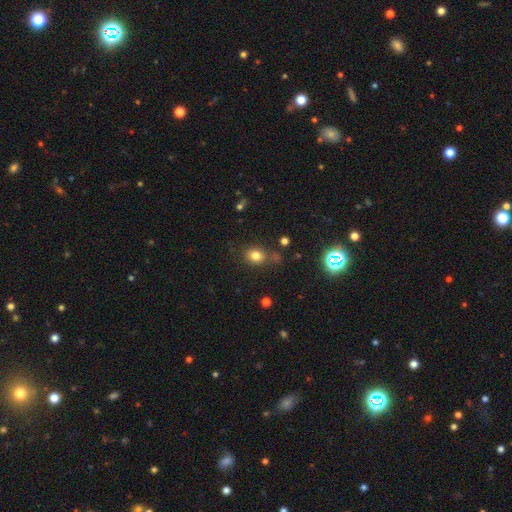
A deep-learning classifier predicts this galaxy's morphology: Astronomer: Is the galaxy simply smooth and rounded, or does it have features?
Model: smooth — 78%.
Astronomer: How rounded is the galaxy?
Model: round — 52% (runner-up: in between, 47%).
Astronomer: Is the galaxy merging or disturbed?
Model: none — 71%.